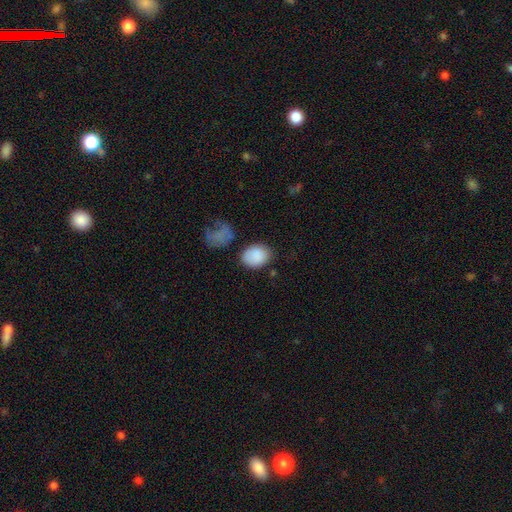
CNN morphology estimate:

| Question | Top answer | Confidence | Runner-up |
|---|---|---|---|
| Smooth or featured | smooth | 87% | star or artifact (7%) |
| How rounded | in between | 70% | round (29%) |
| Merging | none | 71% | minor disturbance (17%) |